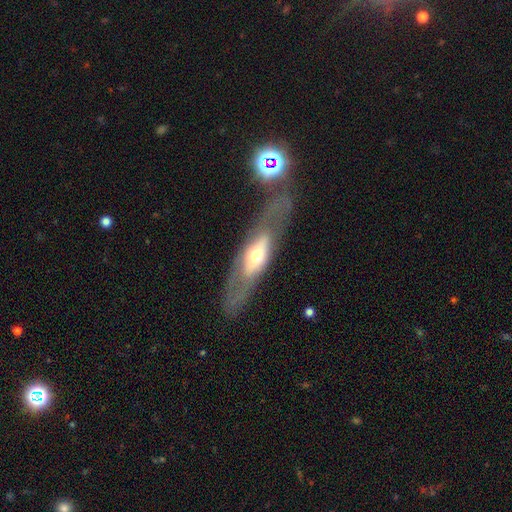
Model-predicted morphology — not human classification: type=featured or disk (60%); edge-on=no (61%); merging=none (60%).